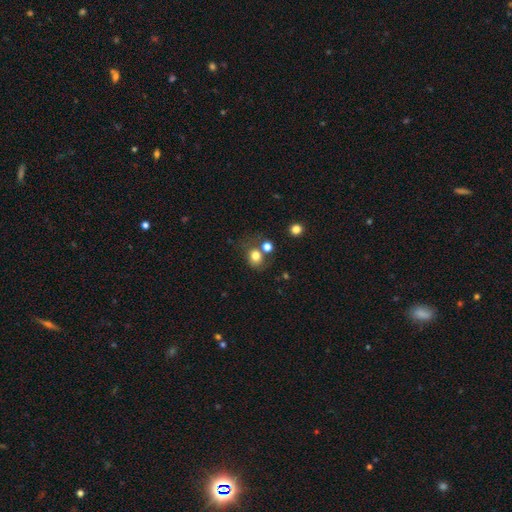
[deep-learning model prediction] Smooth or featured: smooth — 77% (star or artifact — 13%)
How rounded: round — 70% (in between — 29%)
Merging: none — 52% (merger — 22%)